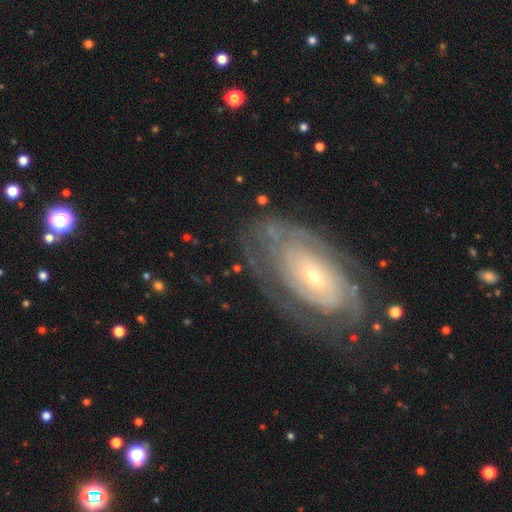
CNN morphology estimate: Q: Smooth or featured?
A: featured or disk (80%); runner-up: smooth (13%)
Q: Edge-on disk?
A: no (93%); runner-up: yes (7%)
Q: Bar?
A: no (72%); runner-up: weak (20%)
Q: Spiral arms?
A: yes (85%); runner-up: no (15%)
Q: Spiral winding?
A: tight (76%); runner-up: medium (18%)
Q: Spiral arm count?
A: can't tell (52%); runner-up: 2 (20%)
Q: Bulge size?
A: small (64%); runner-up: moderate (31%)
Q: Merging?
A: none (74%); runner-up: minor disturbance (16%)